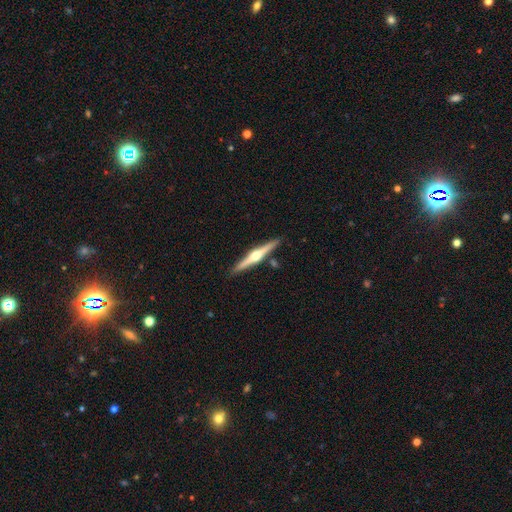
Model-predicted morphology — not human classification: featured or disk 78%, smooth 17%, star or artifact 5%. Down the decision tree: edge-on disk — yes (98%); edge-on bulge — rounded (95%); merging — none (88%).